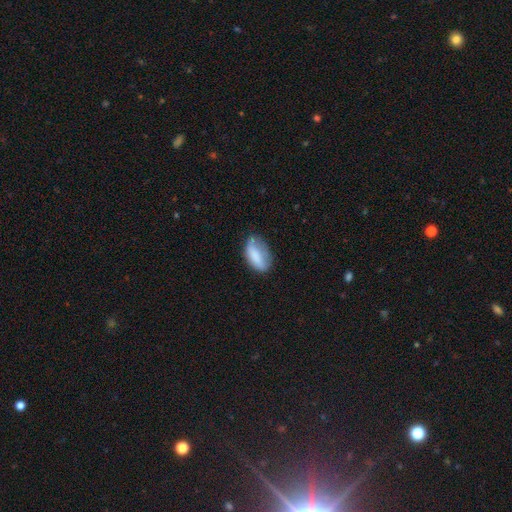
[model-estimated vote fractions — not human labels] Q: Smooth or featured?
A: smooth (74%); runner-up: featured or disk (19%)
Q: How rounded?
A: in between (91%); runner-up: cigar-shaped (4%)
Q: Merging?
A: none (47%); runner-up: minor disturbance (35%)